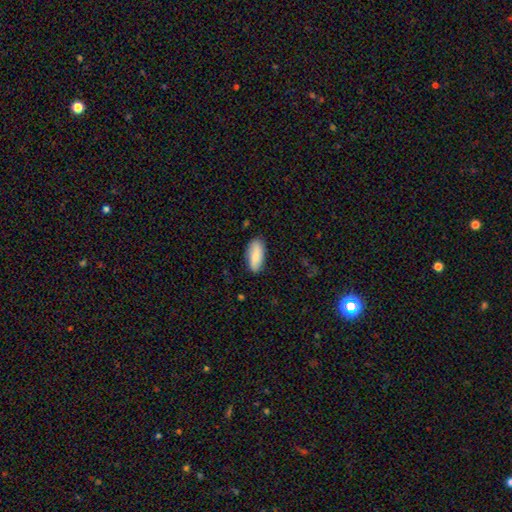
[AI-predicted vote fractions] smooth-or-featured: smooth: 85% | featured or disk: 9% | star or artifact: 6%
  how-rounded: in between: 83% | cigar-shaped: 15% | round: 2%
  merging: none: 85% | minor disturbance: 12% | major disturbance: 2% | merger: 1%